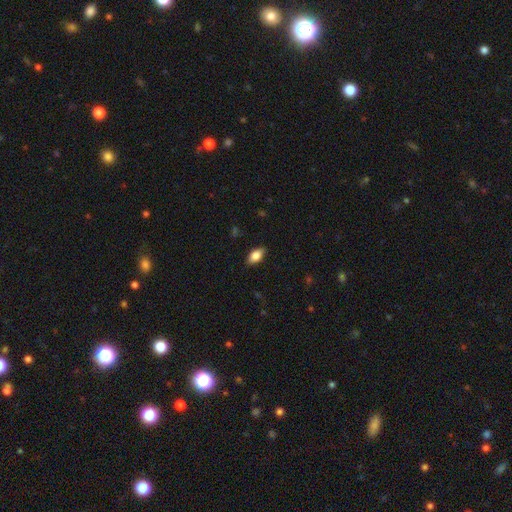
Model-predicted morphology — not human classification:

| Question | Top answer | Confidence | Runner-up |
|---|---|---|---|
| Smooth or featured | smooth | 81% | featured or disk (12%) |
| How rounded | in between | 90% | cigar-shaped (6%) |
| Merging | none | 87% | minor disturbance (10%) |